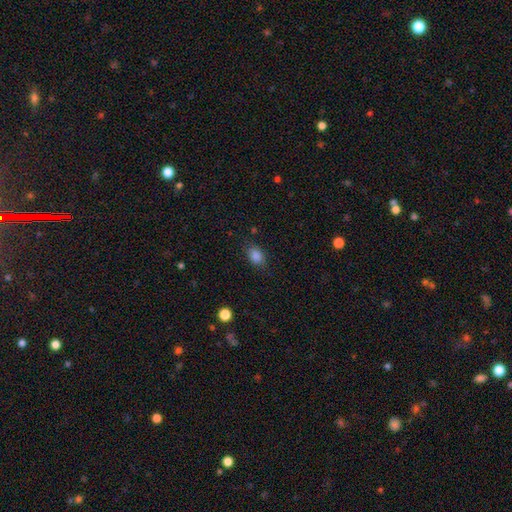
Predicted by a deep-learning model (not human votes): Smooth or featured: smooth — 85% (star or artifact — 10%)
How rounded: in between — 77% (round — 22%)
Merging: none — 80% (minor disturbance — 15%)